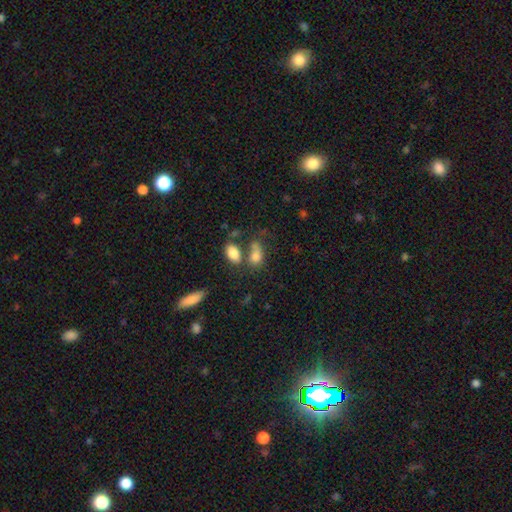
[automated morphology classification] A smooth galaxy with no disk features (78%) that is in between round and cigar-shaped (78%).

Vote fractions:
- Smooth or featured? smooth: 78% / star or artifact: 11% / featured or disk: 11%
- How rounded? in between: 78% / round: 16% / cigar-shaped: 6%
- Merging? none: 38% / merger: 37% / minor disturbance: 15% / major disturbance: 10%